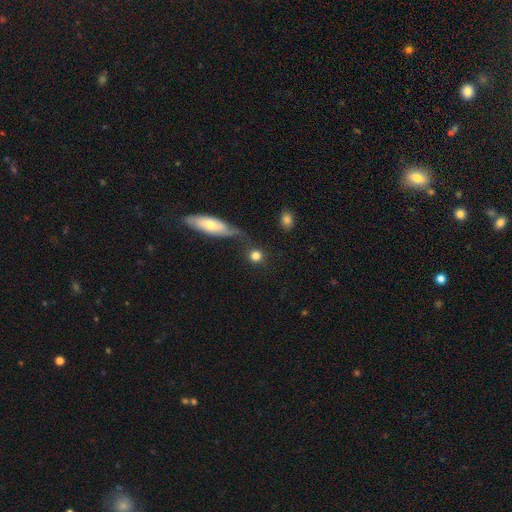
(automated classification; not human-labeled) Overall: smooth (82%). How rounded: round (88%). Merging: none (70%).